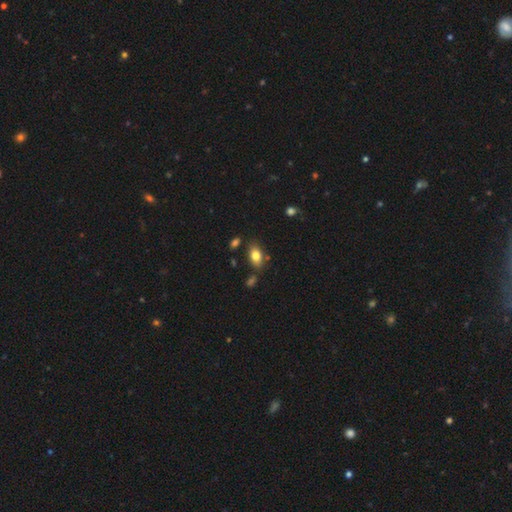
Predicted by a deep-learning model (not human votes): This appears to be a smooth galaxy with no disk features (80%) that is in between round and cigar-shaped (89%). Merging: none (78%).